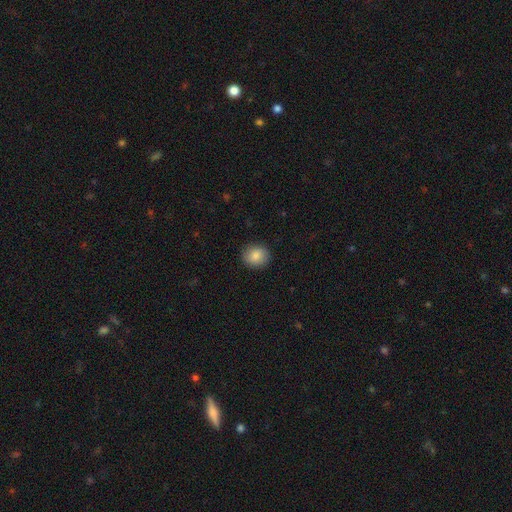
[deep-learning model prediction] smooth 85%, star or artifact 8%, featured or disk 7%. Down the decision tree: how rounded — round (77%); merging — none (89%).